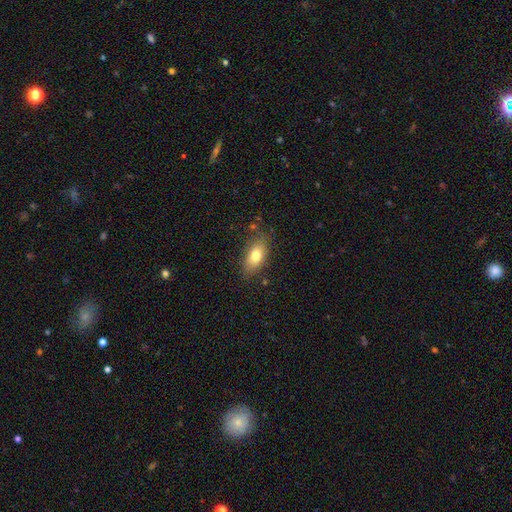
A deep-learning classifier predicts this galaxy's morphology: Smooth or featured? Predicted: smooth (p=0.75). How rounded? Predicted: in between (p=0.85). Merging? Predicted: none (p=0.78).